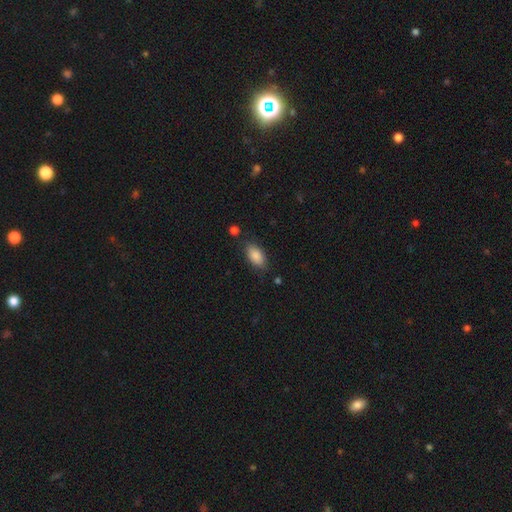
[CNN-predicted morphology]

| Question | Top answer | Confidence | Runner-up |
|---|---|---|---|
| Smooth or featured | smooth | 87% | star or artifact (7%) |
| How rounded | in between | 91% | cigar-shaped (5%) |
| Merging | none | 79% | minor disturbance (15%) |